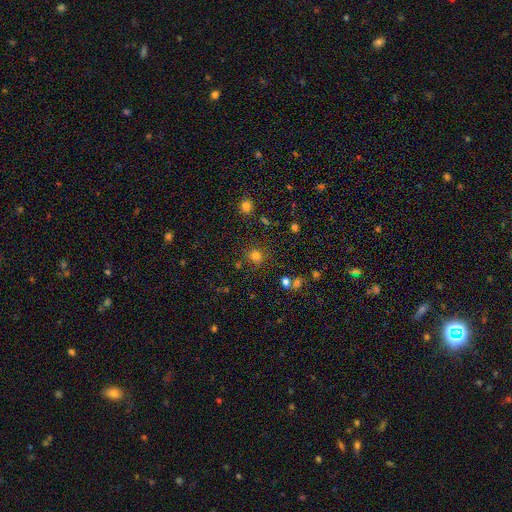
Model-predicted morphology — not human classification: Overall: smooth (75%). How rounded: round (87%). Merging: none (79%).